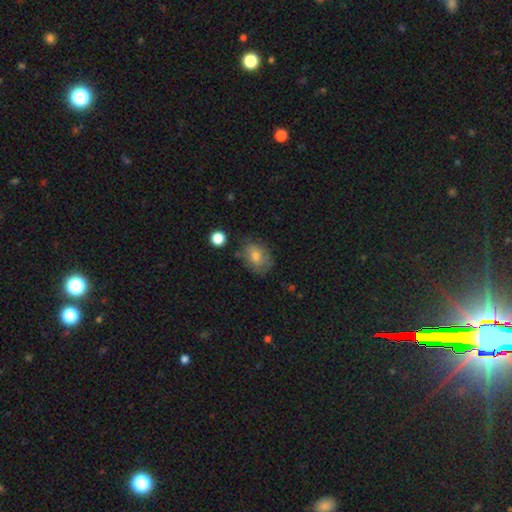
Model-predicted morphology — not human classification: Q: Smooth or featured?
A: smooth (67%); runner-up: featured or disk (22%)
Q: How rounded?
A: in between (68%); runner-up: round (31%)
Q: Merging?
A: none (70%); runner-up: minor disturbance (21%)